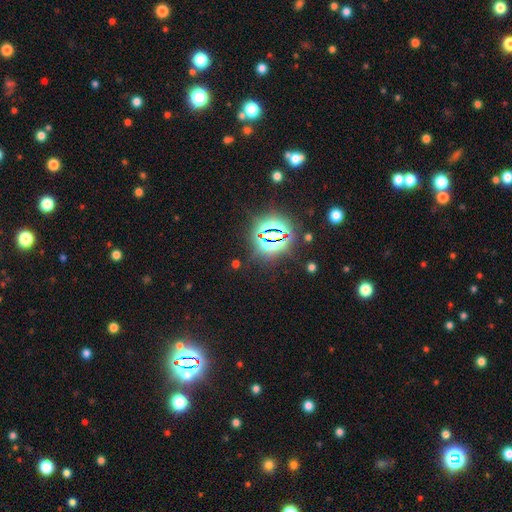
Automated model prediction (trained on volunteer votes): Smooth or featured?
  - star or artifact: 81% *
  - smooth: 12%
  - featured or disk: 7%